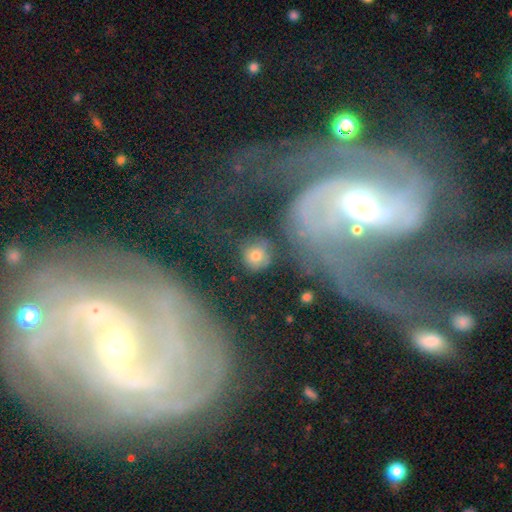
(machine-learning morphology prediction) Smooth or featured? smooth (61%)
How rounded? round (88%)
Merging? none (68%)